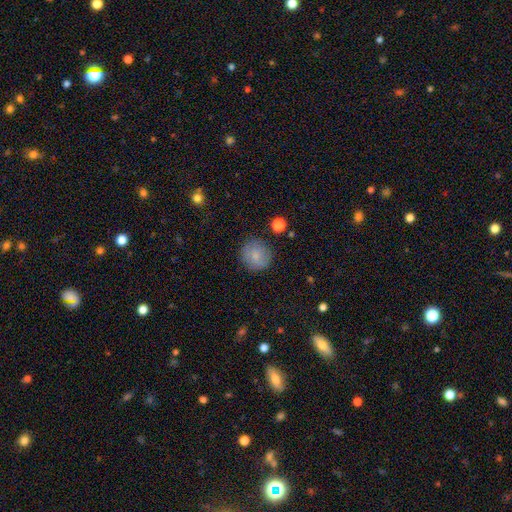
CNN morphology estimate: smooth_or_featured: smooth (p=0.81) [alt: featured or disk p=0.11]
how_rounded: round (p=0.92) [alt: in between p=0.07]
merging: none (p=0.85) [alt: minor disturbance p=0.11]